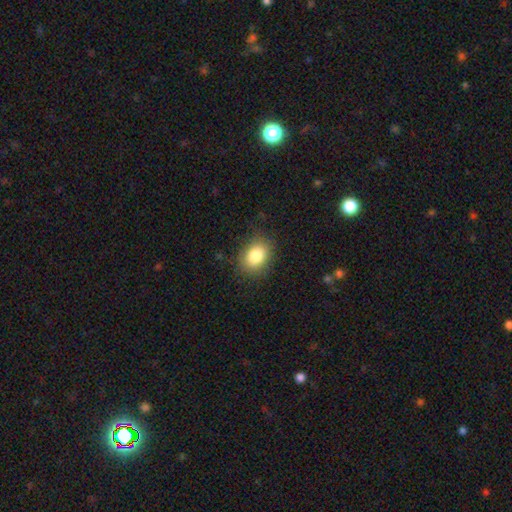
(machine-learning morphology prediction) Smooth or featured?
  - smooth: 83% *
  - star or artifact: 9%
  - featured or disk: 8%
How rounded?
  - in between: 63% *
  - round: 36%
  - cigar-shaped: 1%
Merging?
  - none: 83% *
  - minor disturbance: 12%
  - major disturbance: 4%
  - merger: 1%